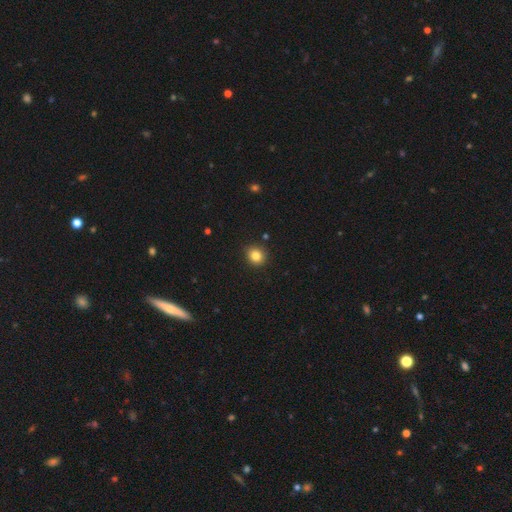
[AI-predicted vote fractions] Overall: smooth (83%). How rounded: round (83%). Merging: none (88%).